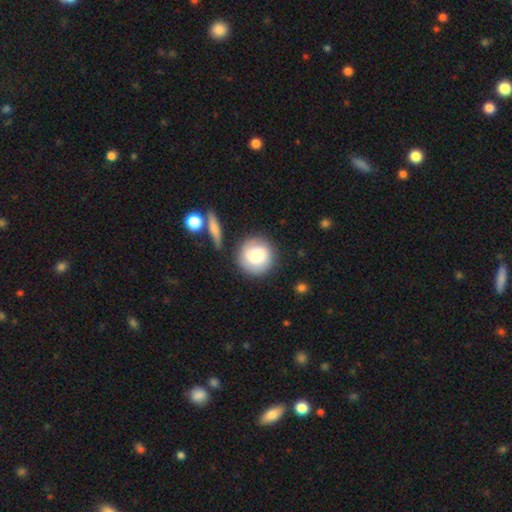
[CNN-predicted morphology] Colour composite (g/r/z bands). It shows a smooth galaxy with no disk features (59%) that is round (92%). Merging: none (78%).